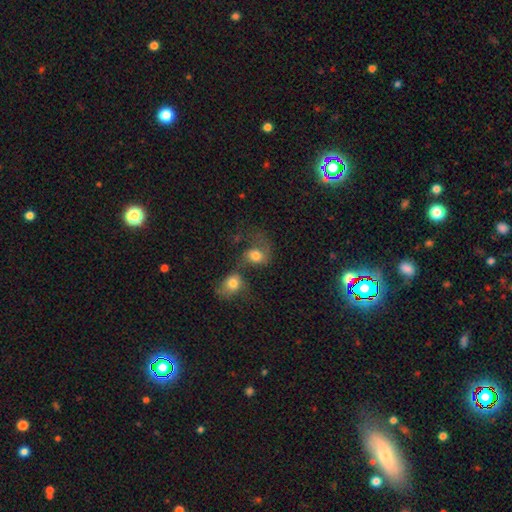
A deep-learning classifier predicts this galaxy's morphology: type=smooth (66%); roundness=round (53%); merging=merger (47%).